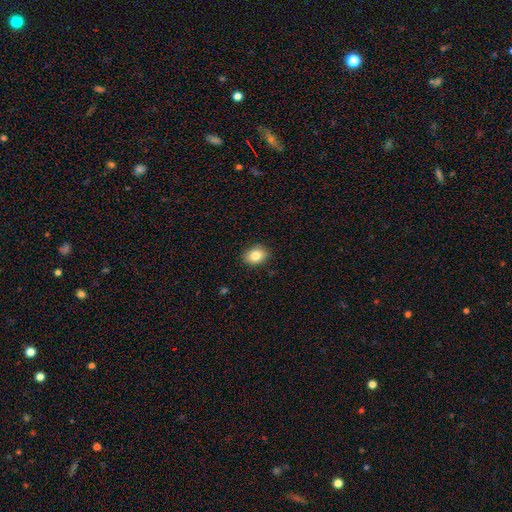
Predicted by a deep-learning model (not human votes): This appears to be a smooth galaxy with no disk features (83%) that is in between round and cigar-shaped (60%). Merging: none (89%).